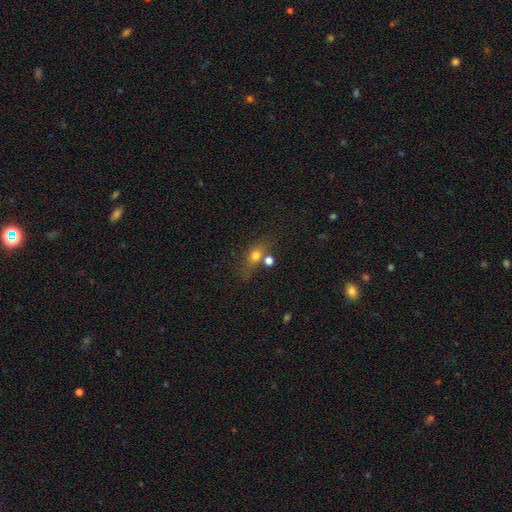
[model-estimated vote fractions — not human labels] A smooth galaxy with no disk features (70%) that is in between round and cigar-shaped (58%). Merging: none (50%).